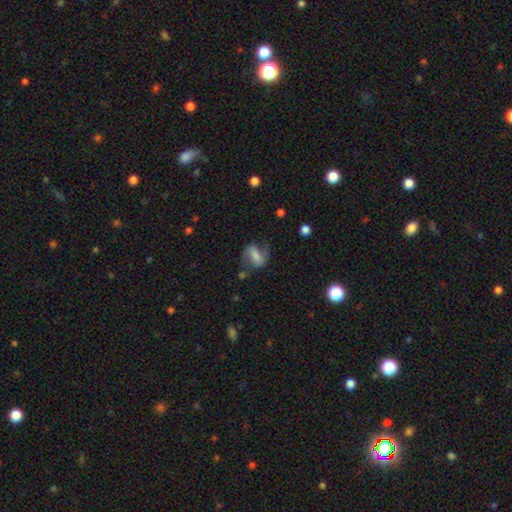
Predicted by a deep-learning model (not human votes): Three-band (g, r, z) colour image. It shows a featured or disk galaxy (57%) with a weak bar (39%), spiral arms (86%) and a moderate central bulge (34%). Merging: none (60%).